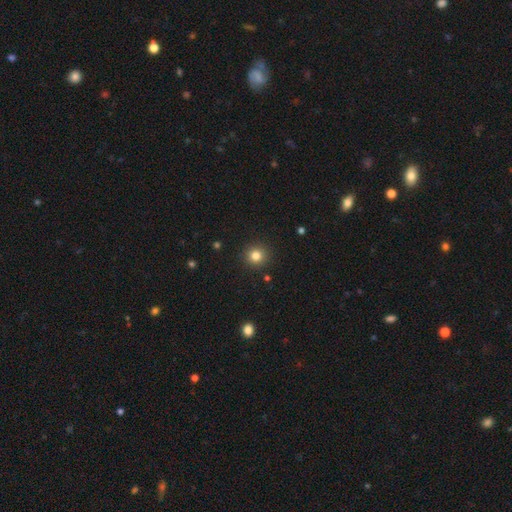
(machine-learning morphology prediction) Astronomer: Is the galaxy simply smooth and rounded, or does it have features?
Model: smooth — 81%.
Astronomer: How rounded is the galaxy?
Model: round — 92%.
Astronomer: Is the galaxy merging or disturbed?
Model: none — 91%.